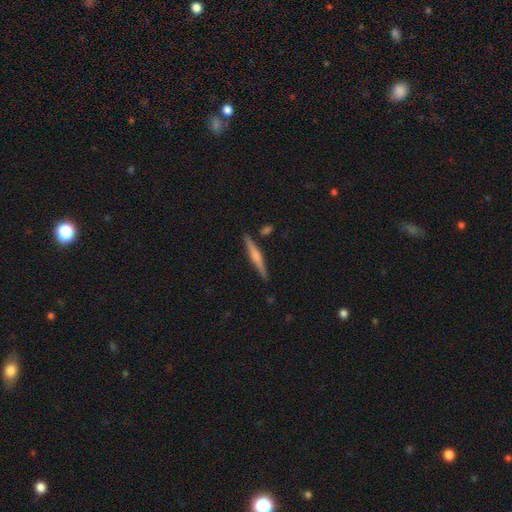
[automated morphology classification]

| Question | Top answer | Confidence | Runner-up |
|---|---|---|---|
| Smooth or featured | featured or disk | 56% | smooth (38%) |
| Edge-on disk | yes | 97% | no (3%) |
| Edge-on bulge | rounded | 71% | none (16%) |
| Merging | none | 88% | minor disturbance (8%) |